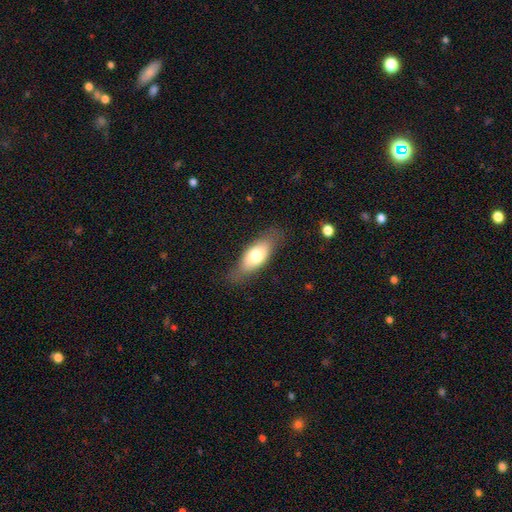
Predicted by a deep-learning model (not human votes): A smooth galaxy with no disk features (68%) that is in between round and cigar-shaped (80%).

Vote fractions:
- Smooth or featured? smooth: 68% / featured or disk: 26% / star or artifact: 6%
- How rounded? in between: 80% / cigar-shaped: 16% / round: 3%
- Merging? none: 76% / minor disturbance: 18% / major disturbance: 5% / merger: 1%